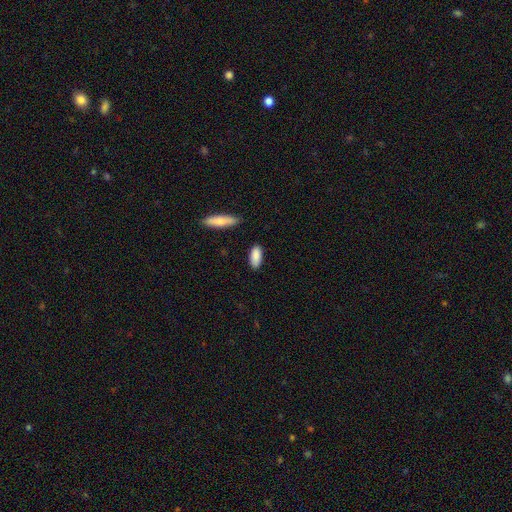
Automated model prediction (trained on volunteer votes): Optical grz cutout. It shows a smooth galaxy with no disk features (89%) that is in between round and cigar-shaped (83%). Merging: none (84%).